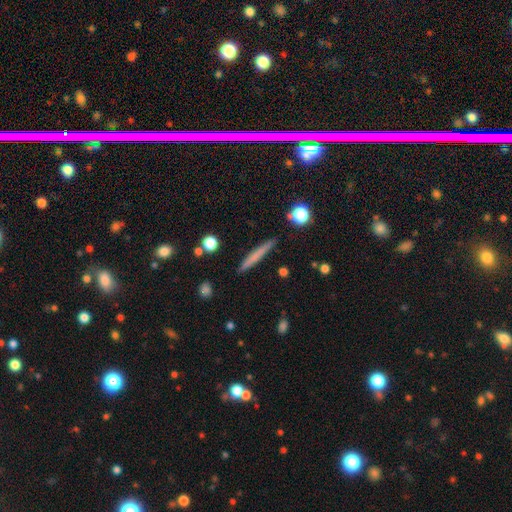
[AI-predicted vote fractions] smooth-or-featured: smooth: 63% | featured or disk: 30% | star or artifact: 7%
  how-rounded: cigar-shaped: 95% | in between: 3% | round: 2%
  merging: none: 89% | minor disturbance: 7% | major disturbance: 2% | merger: 2%